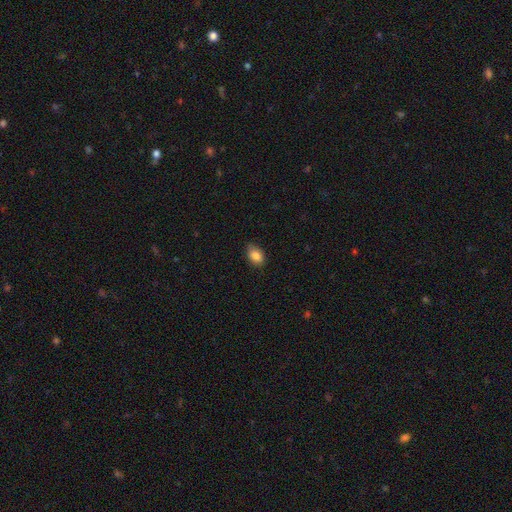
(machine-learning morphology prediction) A smooth galaxy with no disk features (87%) that is in between round and cigar-shaped (87%). Merging: none (80%).